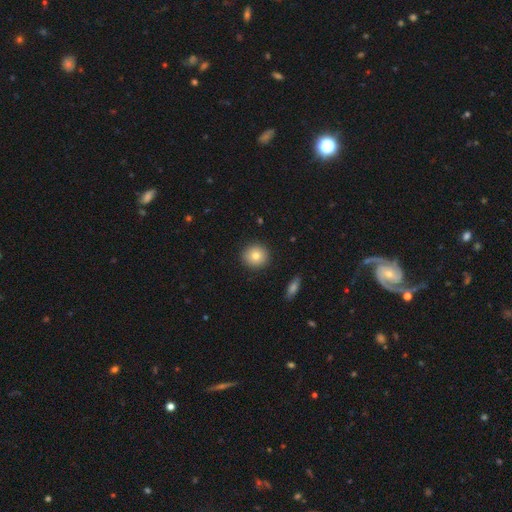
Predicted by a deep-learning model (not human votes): smooth-or-featured: smooth: 80% | featured or disk: 11% | star or artifact: 9%
  how-rounded: round: 91% | in between: 8% | cigar-shaped: 1%
  merging: none: 91% | minor disturbance: 6% | major disturbance: 2% | merger: 1%